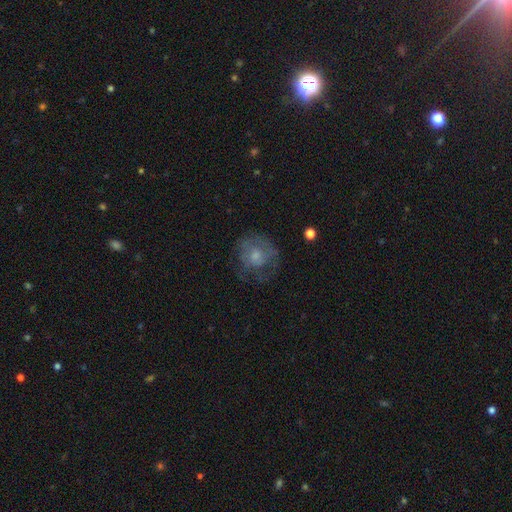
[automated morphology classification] Smooth or featured? featured or disk (45%)
Merging? none (61%)